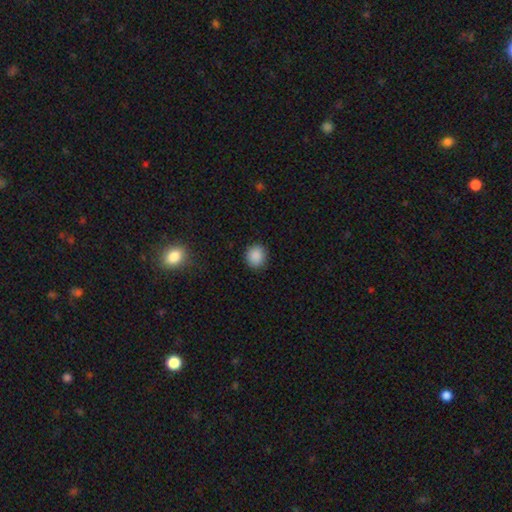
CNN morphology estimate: Smooth or featured? smooth (88%)
How rounded? round (86%)
Merging? none (90%)